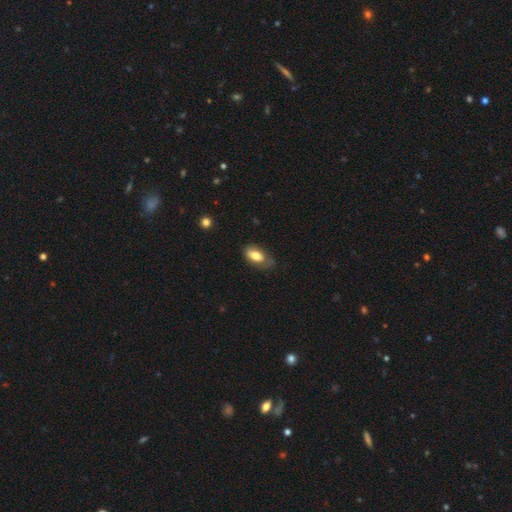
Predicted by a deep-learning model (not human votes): Q: Smooth or featured?
A: smooth (77%); runner-up: featured or disk (16%)
Q: How rounded?
A: in between (90%); runner-up: cigar-shaped (5%)
Q: Merging?
A: none (55%); runner-up: minor disturbance (32%)